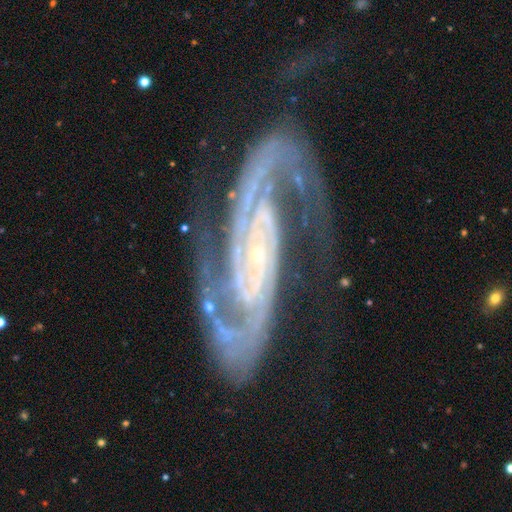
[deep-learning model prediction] smooth_or_featured: featured or disk (p=0.92) [alt: star or artifact p=0.05]
disk_edge_on: no (p=0.95) [alt: yes p=0.05]
bar: no (p=0.45) [alt: weak p=0.28]
has_spiral_arms: yes (p=0.98) [alt: no p=0.02]
spiral_winding: medium (p=0.48) [alt: tight p=0.41]
spiral_arm_count: 2 (p=0.88) [alt: 3 p=0.03]
bulge_size: small (p=0.83) [alt: moderate p=0.08]
merging: none (p=0.70) [alt: minor disturbance p=0.17]